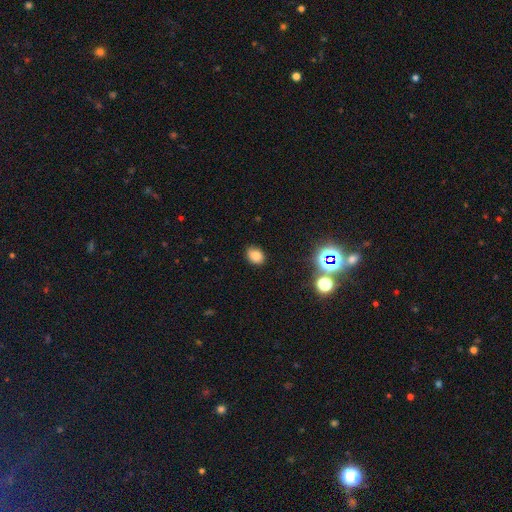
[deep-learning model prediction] The model was most divided on "how rounded": in between: 64%, round: 35%, cigar-shaped: 1%. More confident: merging — none (82%); smooth or featured — smooth (79%).